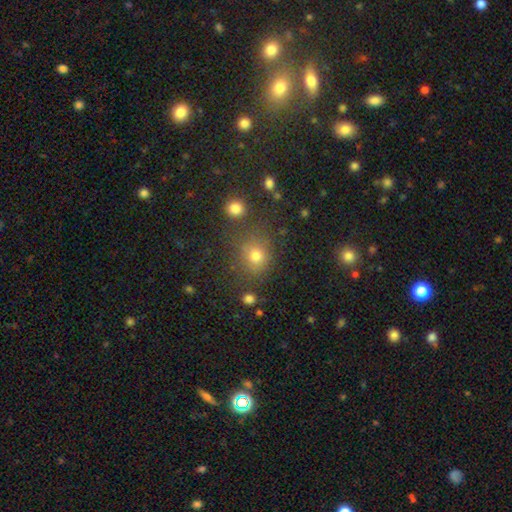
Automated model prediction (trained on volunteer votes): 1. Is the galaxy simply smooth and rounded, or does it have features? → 72% smooth, 21% star or artifact, 8% featured or disk.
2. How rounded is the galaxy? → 77% round, 22% in between, 1% cigar-shaped.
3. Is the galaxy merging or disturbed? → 76% none, 12% minor disturbance, 7% merger, 5% major disturbance.